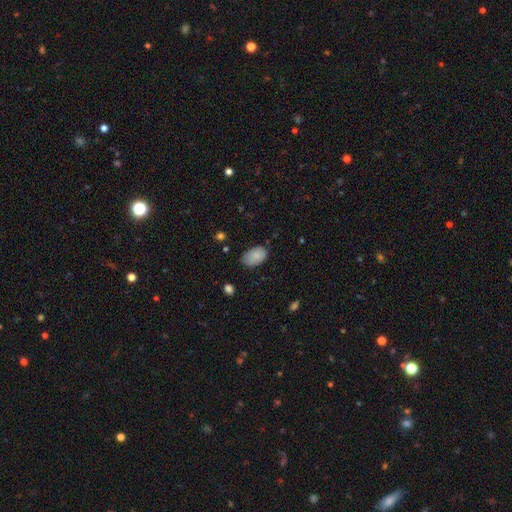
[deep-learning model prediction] A smooth galaxy with no disk features (83%) that is in between round and cigar-shaped (90%).

Vote fractions:
- Smooth or featured? smooth: 83% / featured or disk: 10% / star or artifact: 7%
- How rounded? in between: 90% / round: 9% / cigar-shaped: 1%
- Merging? none: 68% / minor disturbance: 26% / major disturbance: 4% / merger: 1%